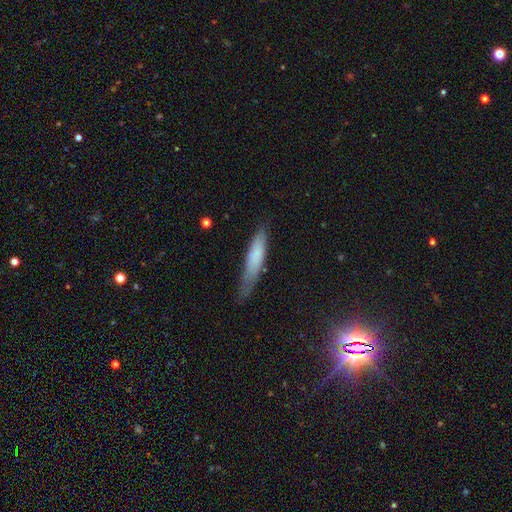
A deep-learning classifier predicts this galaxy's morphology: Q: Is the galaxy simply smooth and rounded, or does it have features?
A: smooth — 72%.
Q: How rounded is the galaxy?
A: cigar-shaped — 82%.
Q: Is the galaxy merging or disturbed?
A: none — 63%.